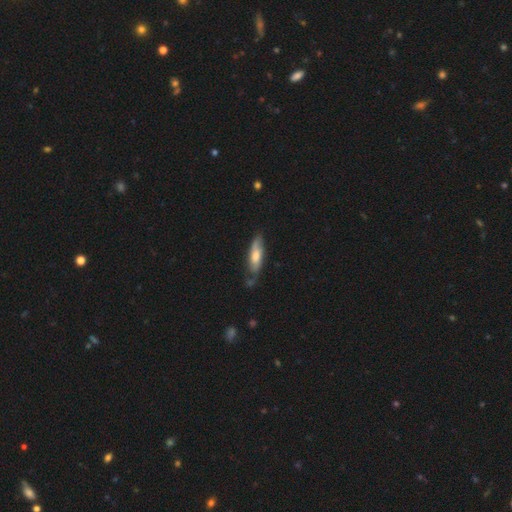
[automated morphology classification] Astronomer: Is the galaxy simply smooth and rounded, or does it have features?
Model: smooth — 51% (runner-up: featured or disk, 43%).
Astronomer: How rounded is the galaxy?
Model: cigar-shaped — 57% (runner-up: in between, 41%).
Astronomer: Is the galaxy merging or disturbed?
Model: none — 67%.